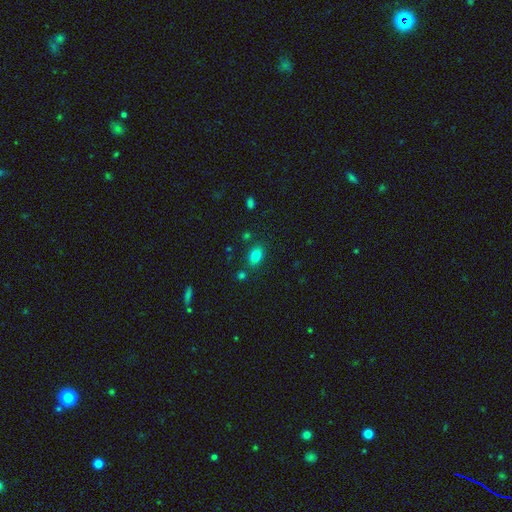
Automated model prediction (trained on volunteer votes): The model was most divided on "how rounded": in between: 82%, round: 16%, cigar-shaped: 2%. More confident: smooth or featured — smooth (81%); merging — none (79%).